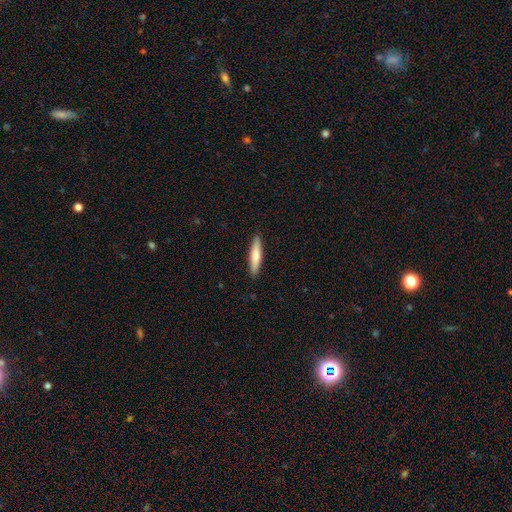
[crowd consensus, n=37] This is likely a smooth galaxy (76%). How rounded: clearly cigar-shaped (96%). Merging: clearly none (100%).